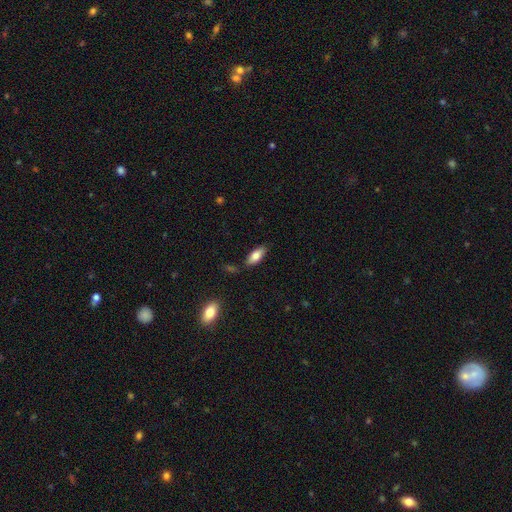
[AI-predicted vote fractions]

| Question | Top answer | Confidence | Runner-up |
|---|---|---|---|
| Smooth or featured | smooth | 79% | featured or disk (15%) |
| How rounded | in between | 79% | cigar-shaped (19%) |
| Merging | none | 80% | minor disturbance (14%) |